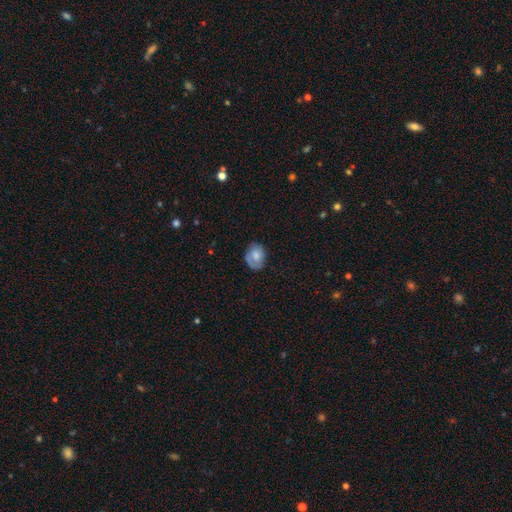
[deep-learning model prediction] Smooth or featured? smooth (57%)
How rounded? in between (57%)
Merging? none (64%)